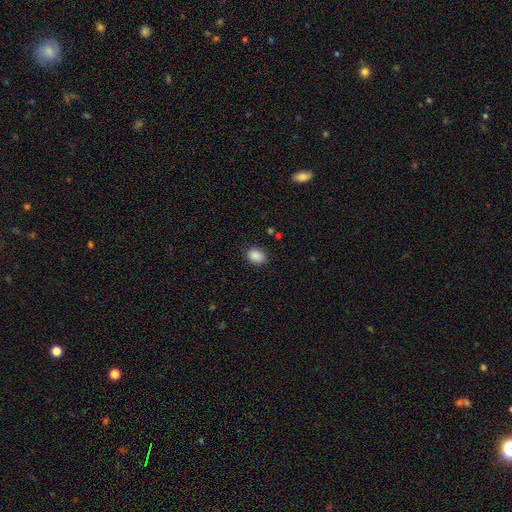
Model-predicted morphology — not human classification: smooth_or_featured: smooth (p=0.89) [alt: star or artifact p=0.08]
how_rounded: in between (p=0.67) [alt: round p=0.32]
merging: none (p=0.85) [alt: minor disturbance p=0.11]